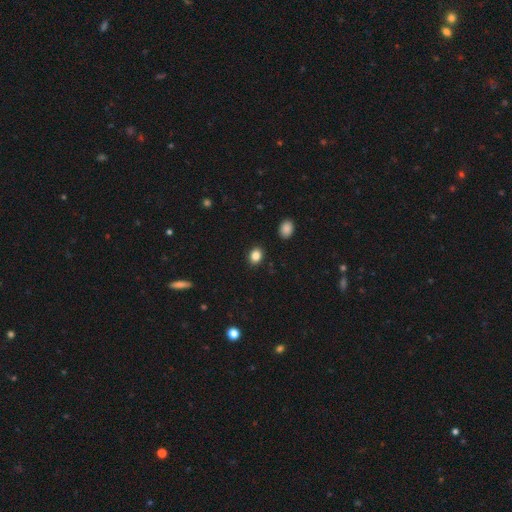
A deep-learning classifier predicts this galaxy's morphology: Q: Smooth or featured?
A: smooth (85%); runner-up: star or artifact (10%)
Q: How rounded?
A: in between (53%); runner-up: round (46%)
Q: Merging?
A: none (90%); runner-up: minor disturbance (7%)